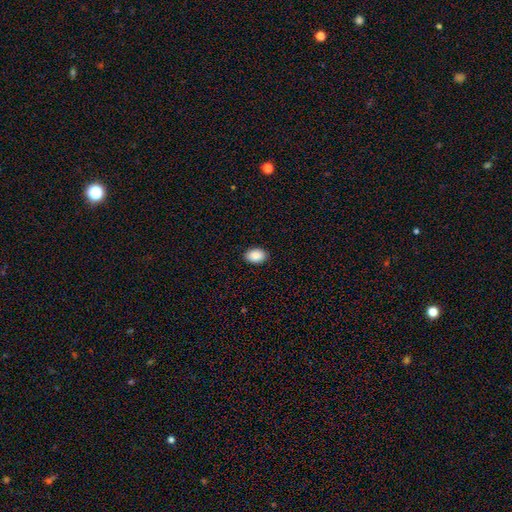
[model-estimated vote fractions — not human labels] Morphology: type=smooth (90%); roundness=in between (87%); merging=none (91%).